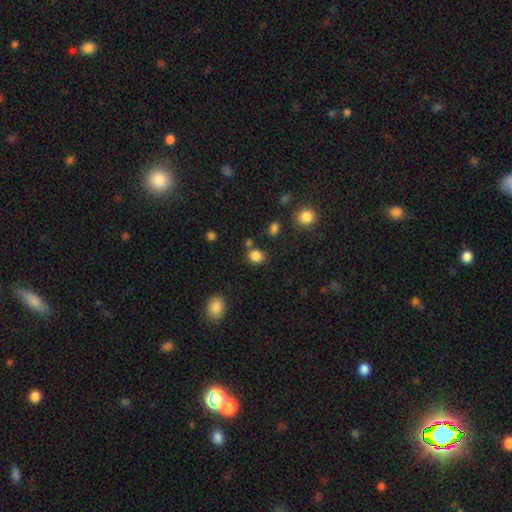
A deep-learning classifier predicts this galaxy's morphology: Overall: smooth (84%). How rounded: round (58%; in between 41%). Merging: none (74%).